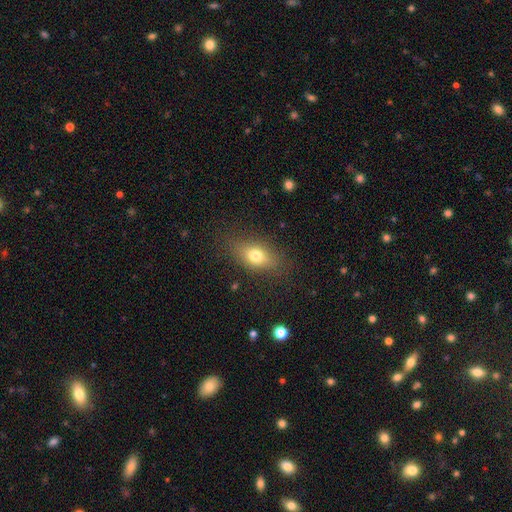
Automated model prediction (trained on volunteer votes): Smooth or featured: smooth — 74% (featured or disk — 15%)
How rounded: in between — 78% (round — 16%)
Merging: none — 80% (minor disturbance — 14%)